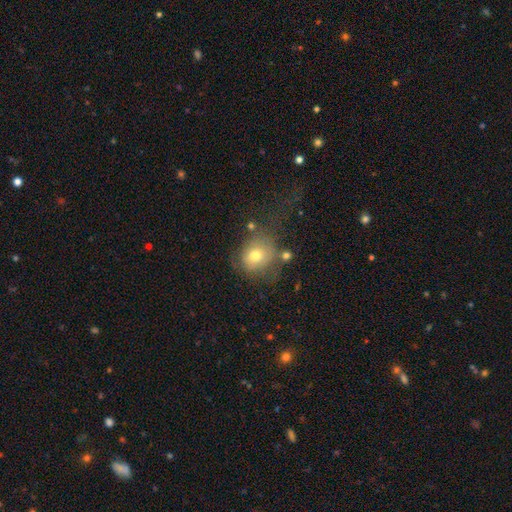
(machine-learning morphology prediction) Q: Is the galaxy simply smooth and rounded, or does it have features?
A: smooth — 69%.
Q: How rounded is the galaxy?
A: round — 72%.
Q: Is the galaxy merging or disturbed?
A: none — 47%.